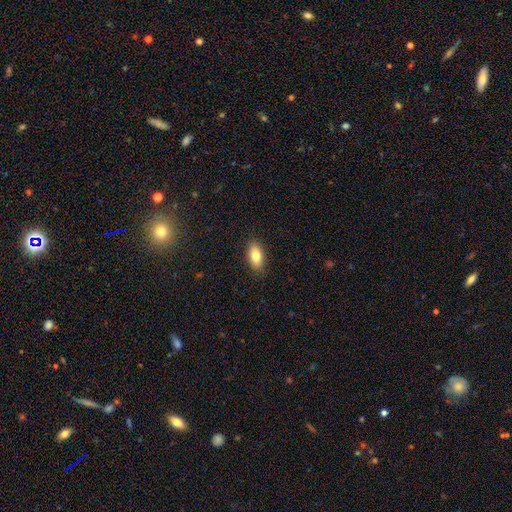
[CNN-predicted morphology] Overall: smooth (81%). How rounded: in between (89%). Merging: none (88%).